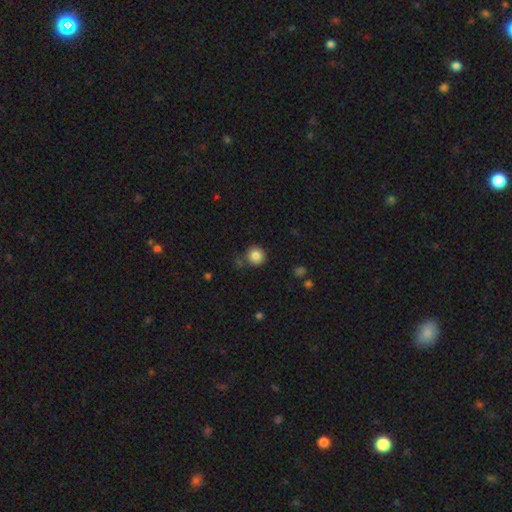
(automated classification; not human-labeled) This appears to be a smooth galaxy with no disk features (84%) that is round (93%). Merging: none (82%).